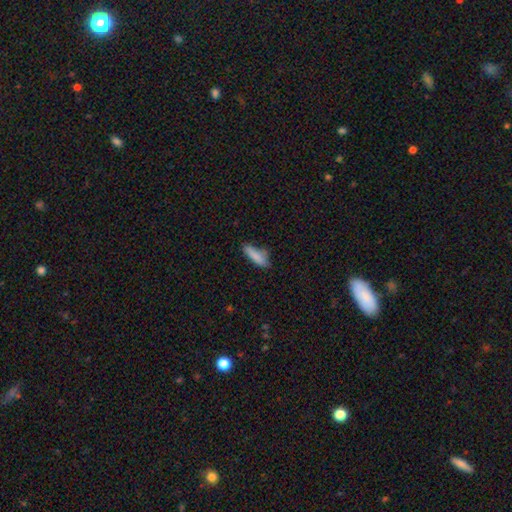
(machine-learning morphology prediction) A smooth galaxy with no disk features (83%) that is cigar-shaped (52%). Merging: none (60%).